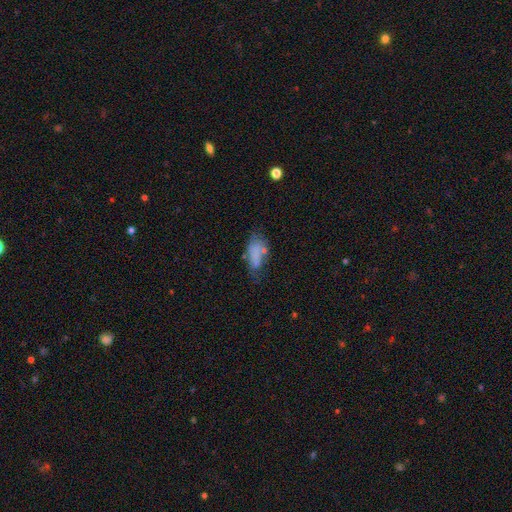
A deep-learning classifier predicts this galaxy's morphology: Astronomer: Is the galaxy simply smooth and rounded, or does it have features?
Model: smooth — 69%.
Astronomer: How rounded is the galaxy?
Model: in between — 88%.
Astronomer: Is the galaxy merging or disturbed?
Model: none — 40% (runner-up: minor disturbance, 30%).